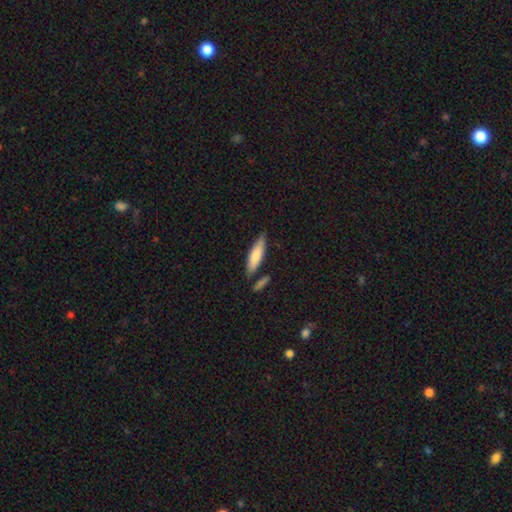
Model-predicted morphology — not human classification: Overall: smooth (72%). How rounded: cigar-shaped (69%). Merging: none (77%).